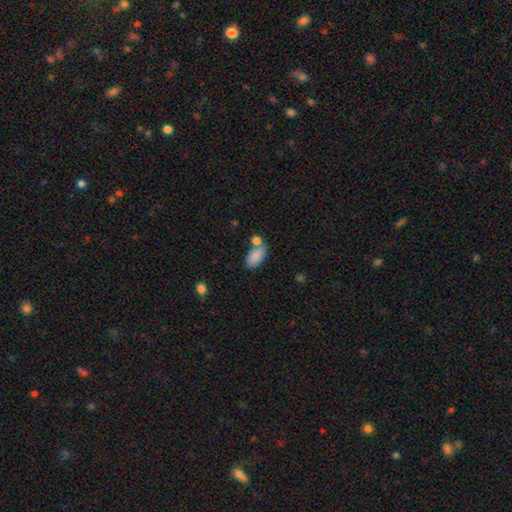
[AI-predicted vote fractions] smooth 86%, star or artifact 7%, featured or disk 7%. Down the decision tree: how rounded — in between (93%); merging — none (51%).